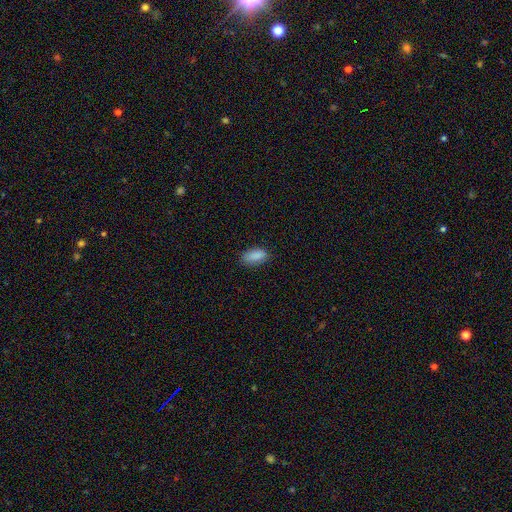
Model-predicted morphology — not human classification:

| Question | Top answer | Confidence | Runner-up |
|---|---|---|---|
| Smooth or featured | smooth | 88% | star or artifact (7%) |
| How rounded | in between | 89% | cigar-shaped (8%) |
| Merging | none | 81% | minor disturbance (15%) |